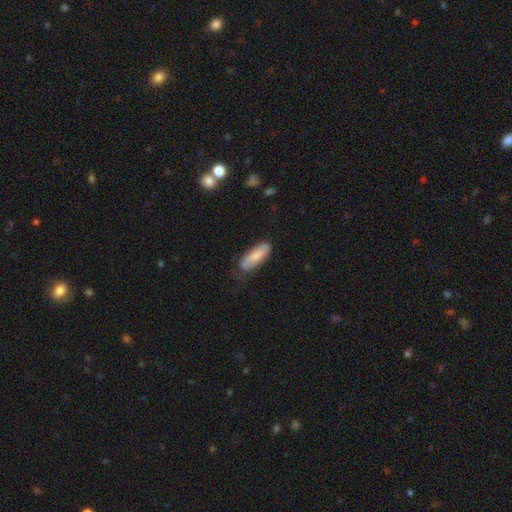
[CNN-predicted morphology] A smooth galaxy with no disk features (77%) that is in between round and cigar-shaped (61%).

Vote fractions:
- Smooth or featured? smooth: 77% / featured or disk: 18% / star or artifact: 6%
- How rounded? in between: 61% / cigar-shaped: 37% / round: 2%
- Merging? none: 67% / minor disturbance: 25% / major disturbance: 7% / merger: 2%